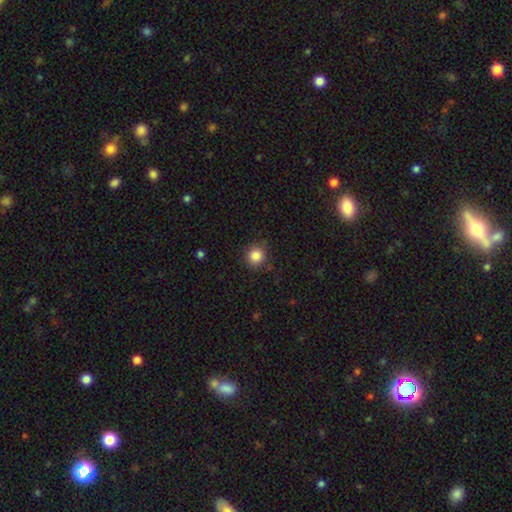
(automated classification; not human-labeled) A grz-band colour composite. It shows a smooth galaxy with no disk features (86%) that is round (90%). Merging: none (84%).